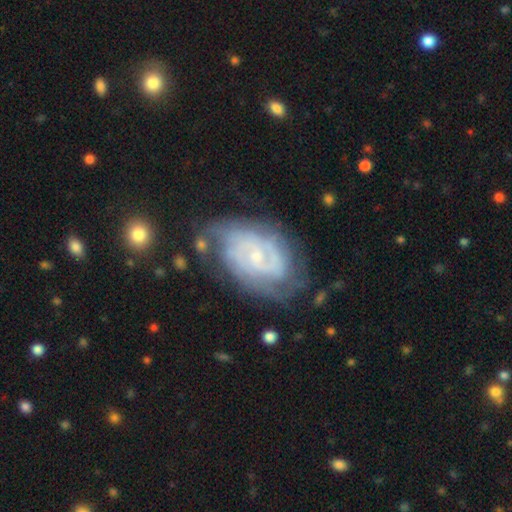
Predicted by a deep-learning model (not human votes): Smooth or featured? featured or disk (82%)
Edge-on disk? no (97%)
Bar? no (57%)
Spiral arms? yes (93%)
Spiral winding? tight (66%)
Spiral arm count? can't tell (36%)
Bulge size? small (70%)
Merging? none (63%)